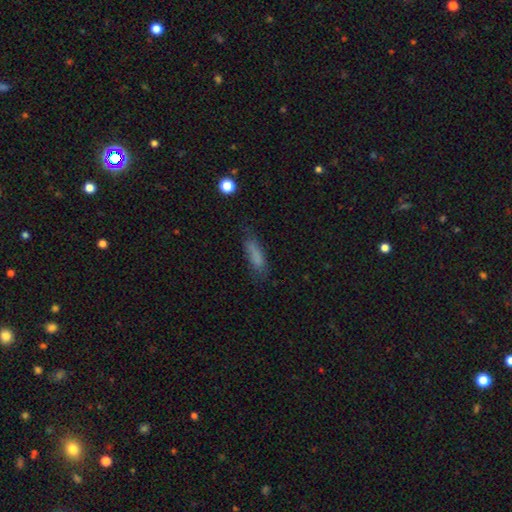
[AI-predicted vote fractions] Smooth or featured: smooth — 79% (featured or disk — 11%)
How rounded: cigar-shaped — 59% (in between — 39%)
Merging: none — 68% (minor disturbance — 22%)